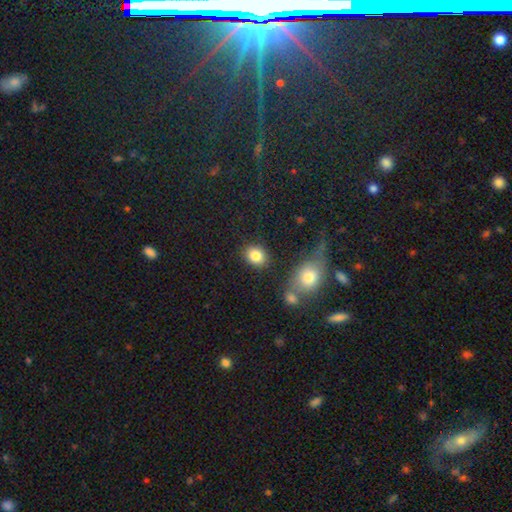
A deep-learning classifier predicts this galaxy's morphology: type=smooth (84%); roundness=round (55%); merging=none (83%).